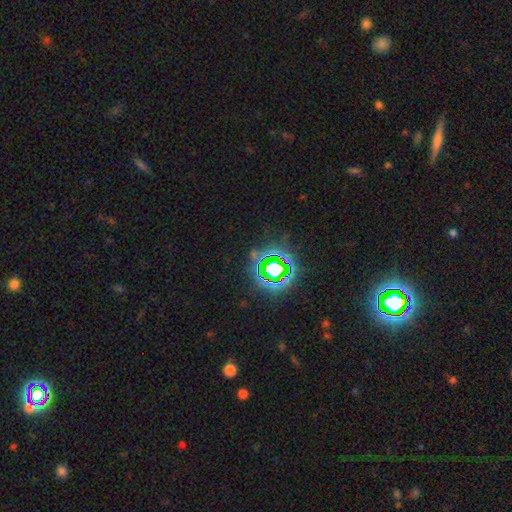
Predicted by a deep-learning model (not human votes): star or artifact 78%, smooth 13%, featured or disk 9%.